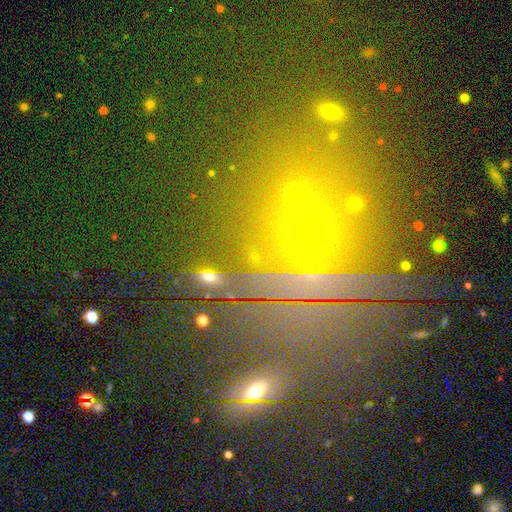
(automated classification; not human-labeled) This is possibly a star or artifact rather than a galaxy (60%).